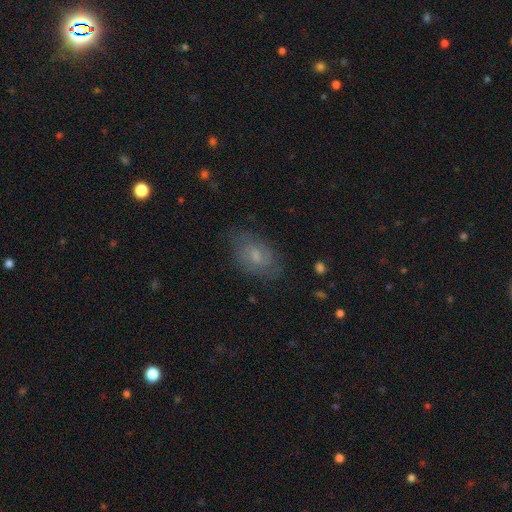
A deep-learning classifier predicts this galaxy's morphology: type=smooth (47%); merging=none (72%).